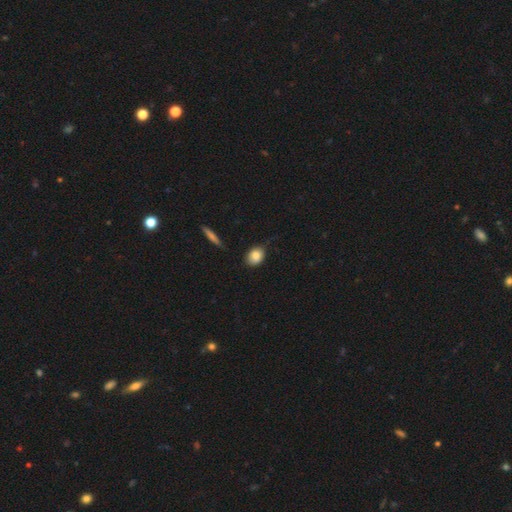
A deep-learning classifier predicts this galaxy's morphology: smooth 82%, featured or disk 10%, star or artifact 8%. Down the decision tree: how rounded — in between (59%); merging — none (69%).